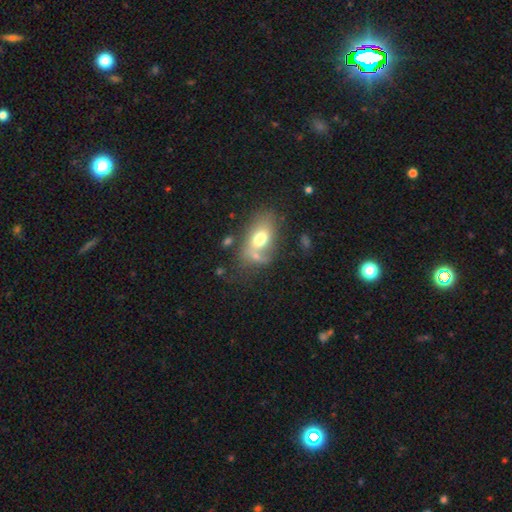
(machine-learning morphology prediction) type=smooth (63%); roundness=in between (83%); merging=none (40%).